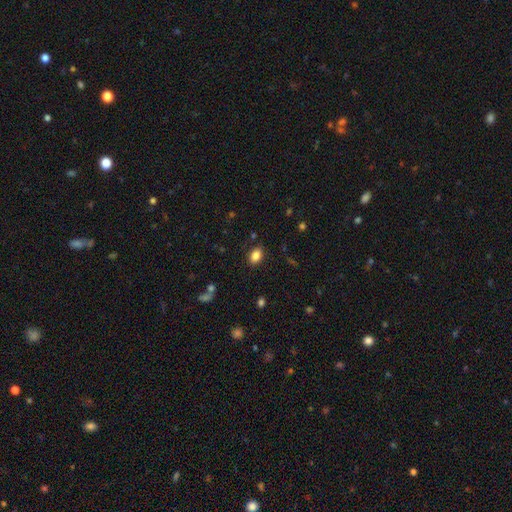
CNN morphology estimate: Overall: smooth (85%). How rounded: in between (82%). Merging: none (87%).